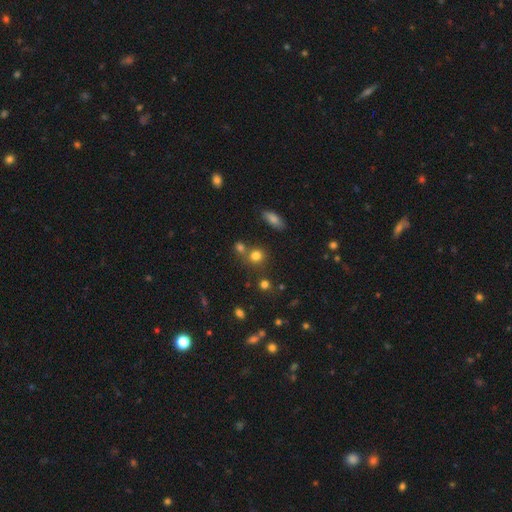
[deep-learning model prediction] smooth 76%, star or artifact 16%, featured or disk 8%. Down the decision tree: how rounded — round (82%); merging — none (63%).